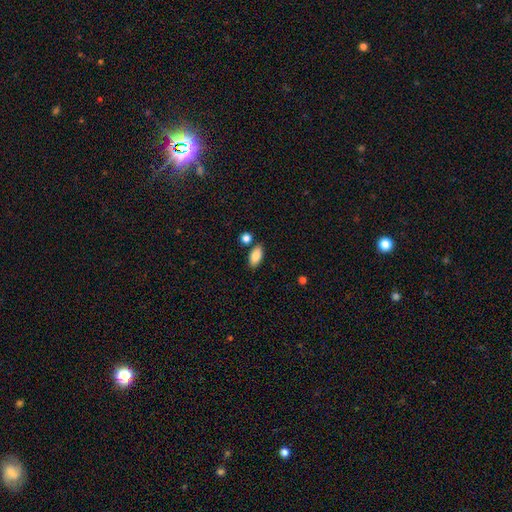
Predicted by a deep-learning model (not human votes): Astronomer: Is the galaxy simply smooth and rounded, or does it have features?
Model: smooth — 86%.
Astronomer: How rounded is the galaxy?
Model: in between — 91%.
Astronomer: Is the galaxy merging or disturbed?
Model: none — 80%.